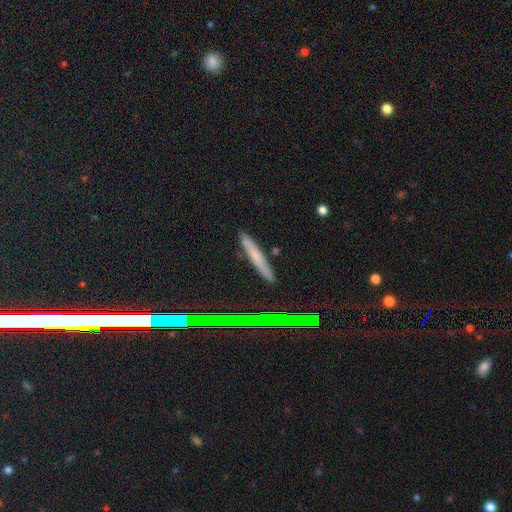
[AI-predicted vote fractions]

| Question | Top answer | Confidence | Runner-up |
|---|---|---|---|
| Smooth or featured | smooth | 55% | featured or disk (31%) |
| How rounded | cigar-shaped | 94% | in between (4%) |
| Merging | none | 84% | minor disturbance (12%) |